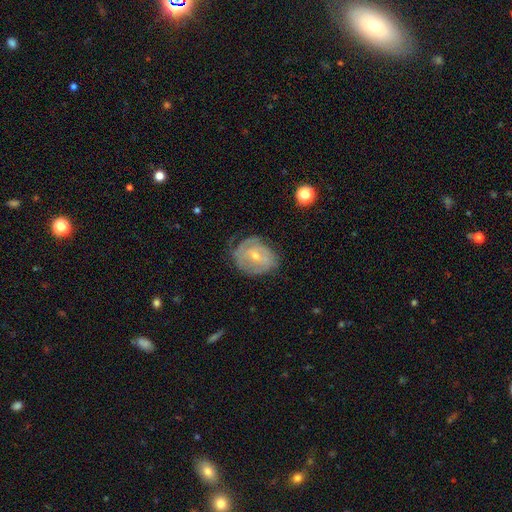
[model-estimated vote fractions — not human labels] A featured or disk galaxy (69%) with no bar (50%), tight (61%) spiral arms (76%) and a small central bulge (54%). Merging: none (59%).